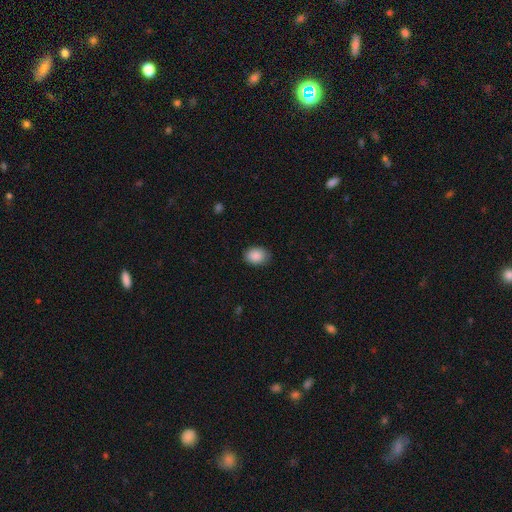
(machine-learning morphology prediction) The model was most divided on "how rounded": in between: 69%, round: 30%, cigar-shaped: 1%. More confident: smooth or featured — smooth (89%); merging — none (82%).